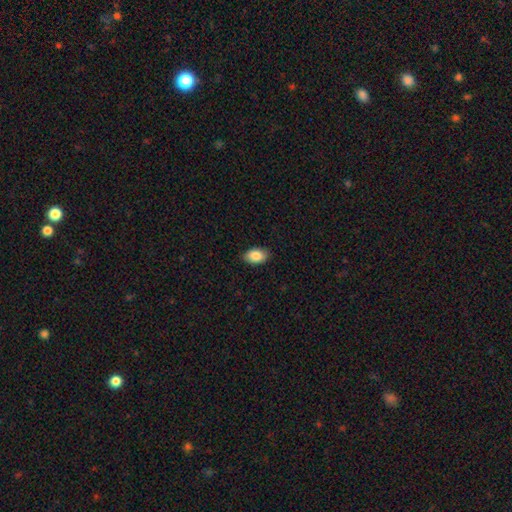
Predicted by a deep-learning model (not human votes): A smooth galaxy with no disk features (87%) that is in between round and cigar-shaped (92%). Merging: none (88%).